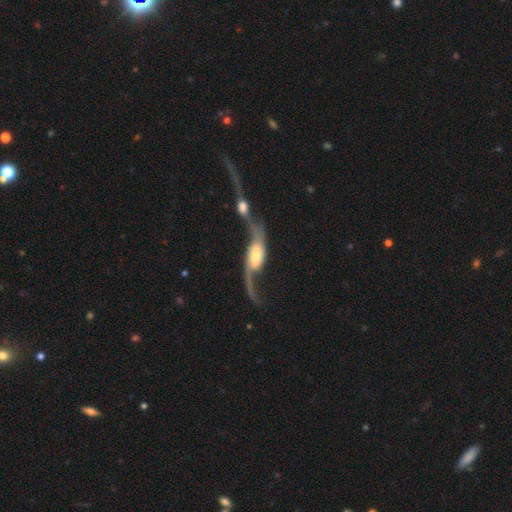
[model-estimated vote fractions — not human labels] featured or disk 73%, smooth 21%, star or artifact 6%. Down the decision tree: edge-on disk — no (88%); bar — no (42%); spiral arms — yes (85%); spiral arm count — 2 (76%); spiral winding — loose (89%); bulge size — moderate (38%); merging — merger (71%).